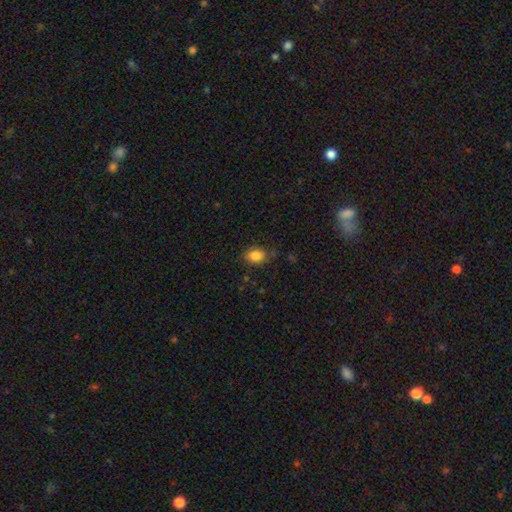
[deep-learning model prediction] This appears to be a smooth galaxy with no disk features (84%) that is in between round and cigar-shaped (63%). Merging: none (77%).